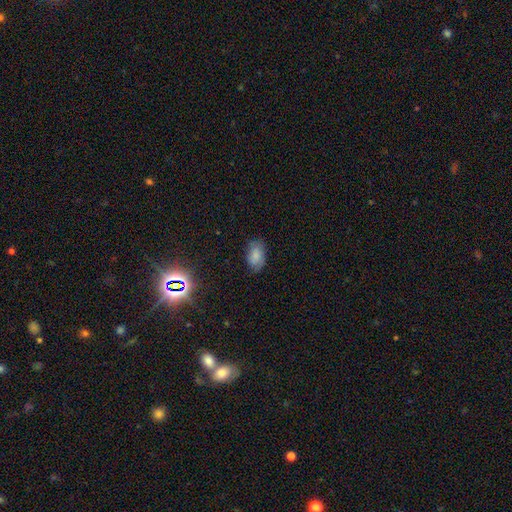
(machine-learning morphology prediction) smooth-or-featured: smooth: 75% | featured or disk: 14% | star or artifact: 11%
  how-rounded: in between: 90% | round: 9% | cigar-shaped: 1%
  merging: none: 73% | minor disturbance: 21% | major disturbance: 5% | merger: 1%